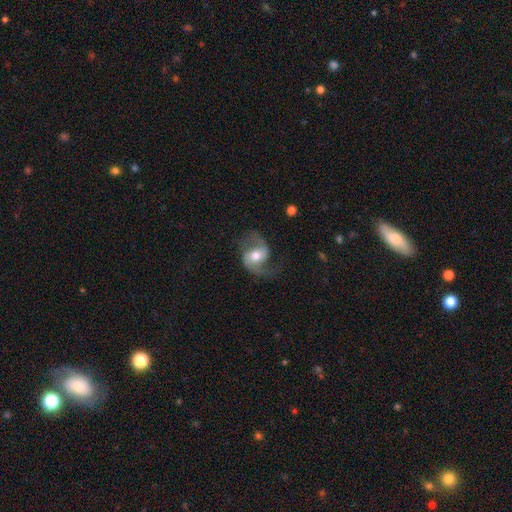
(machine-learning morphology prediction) Smooth or featured? featured or disk (82%)
Edge-on disk? no (97%)
Bar? no (43%)
Spiral arms? yes (94%)
Spiral winding? loose (51%)
Spiral arm count? 2 (91%)
Bulge size? moderate (70%)
Merging? none (66%)